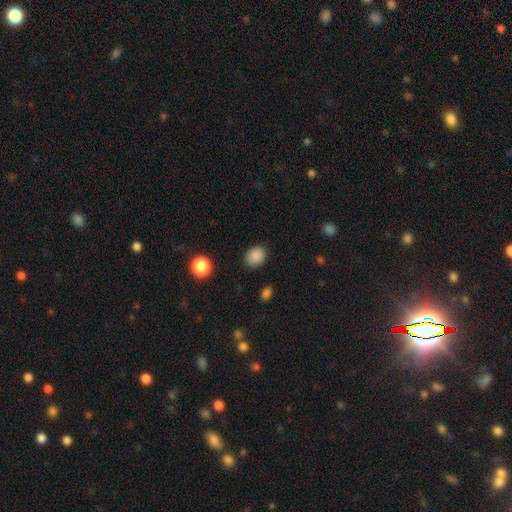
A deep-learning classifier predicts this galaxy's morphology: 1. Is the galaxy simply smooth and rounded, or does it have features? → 87% smooth, 10% star or artifact, 3% featured or disk.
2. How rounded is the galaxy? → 56% round, 43% in between, 1% cigar-shaped.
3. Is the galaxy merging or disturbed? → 86% none, 10% minor disturbance, 3% major disturbance, 1% merger.